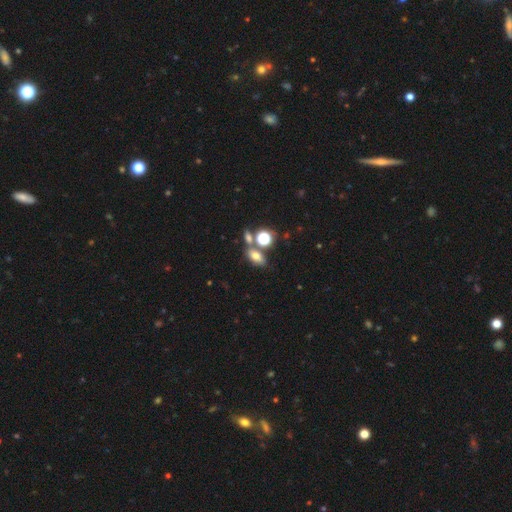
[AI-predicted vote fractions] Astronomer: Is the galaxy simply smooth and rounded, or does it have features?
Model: smooth — 67%.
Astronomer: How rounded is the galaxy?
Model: in between — 76%.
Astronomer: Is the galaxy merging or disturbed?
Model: none — 59%.